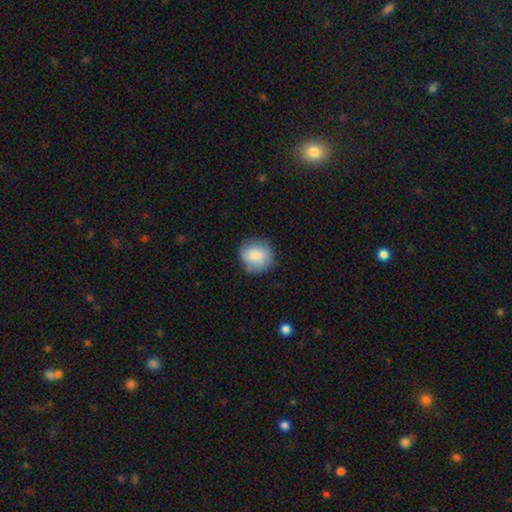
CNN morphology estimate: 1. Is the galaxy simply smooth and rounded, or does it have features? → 80% smooth, 13% featured or disk, 7% star or artifact.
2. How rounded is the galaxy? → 84% round, 15% in between, 1% cigar-shaped.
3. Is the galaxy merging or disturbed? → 76% none, 18% minor disturbance, 4% major disturbance, 2% merger.